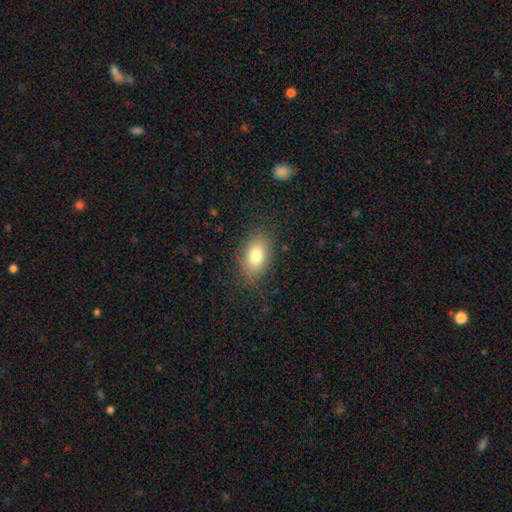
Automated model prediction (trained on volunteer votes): smooth 78%, featured or disk 13%, star or artifact 9%. Down the decision tree: how rounded — in between (86%); merging — none (81%).